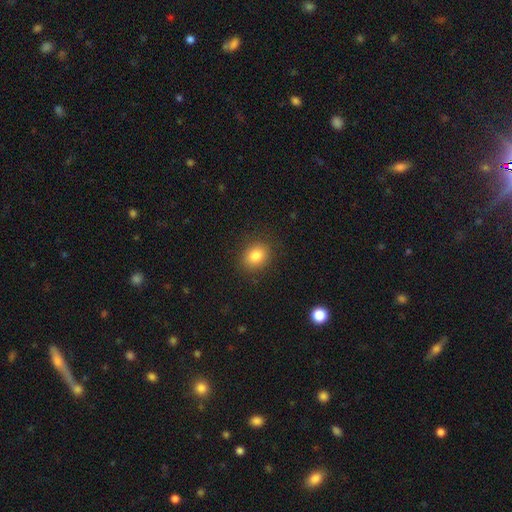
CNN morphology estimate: Smooth or featured? Predicted: smooth (p=0.83). How rounded? Predicted: round (p=0.58). Merging? Predicted: none (p=0.88).